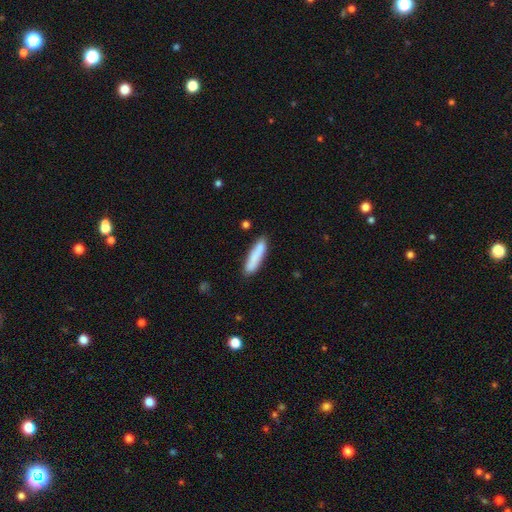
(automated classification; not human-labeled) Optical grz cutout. It shows a smooth galaxy with no disk features (82%) that is cigar-shaped (83%). Merging: none (79%).